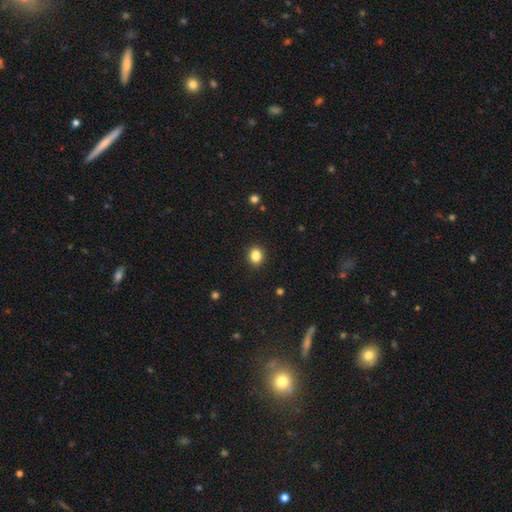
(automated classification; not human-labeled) A smooth galaxy with no disk features (84%) that is round (68%). Merging: none (91%).